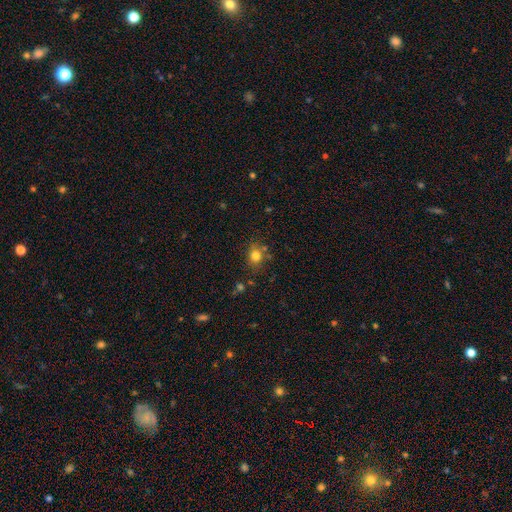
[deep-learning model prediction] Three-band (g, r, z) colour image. It shows a smooth galaxy with no disk features (78%) that is round (61%). Merging: none (72%).